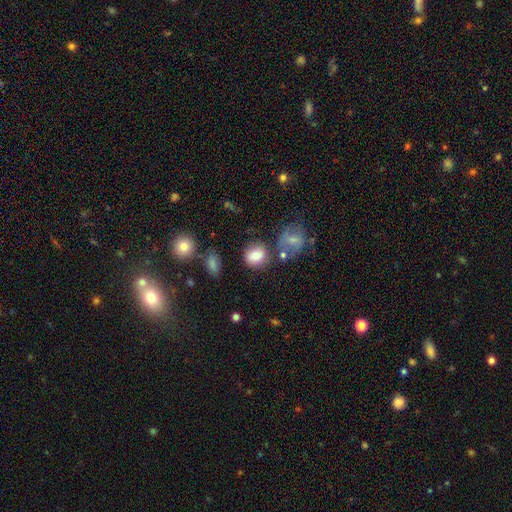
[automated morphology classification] Smooth or featured? Predicted: smooth (p=0.79). How rounded? Predicted: round (p=0.72). Merging? Predicted: none (p=0.72).